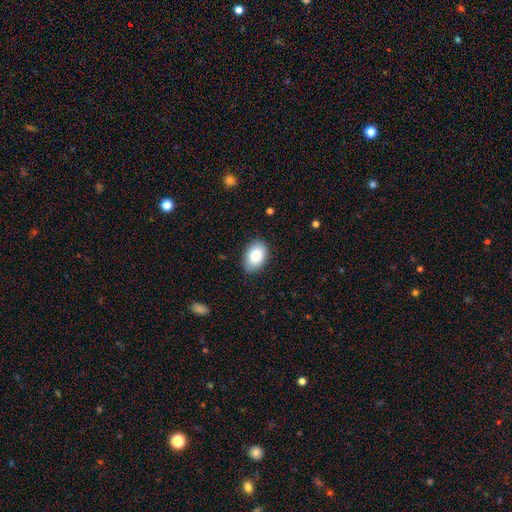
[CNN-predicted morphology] Smooth or featured? smooth (84%)
How rounded? in between (87%)
Merging? none (85%)